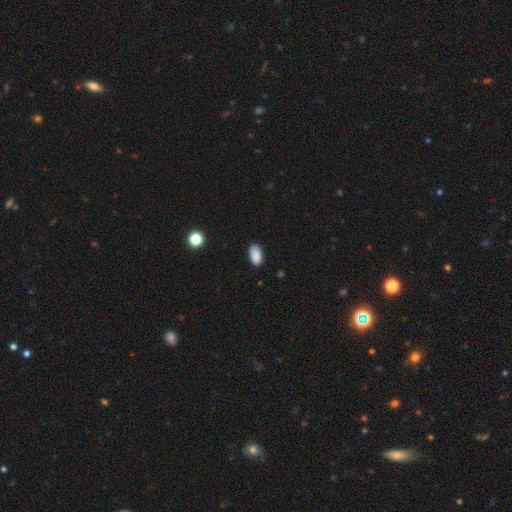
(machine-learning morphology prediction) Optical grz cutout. It shows a smooth galaxy with no disk features (87%) that is in between round and cigar-shaped (93%). Merging: none (79%).